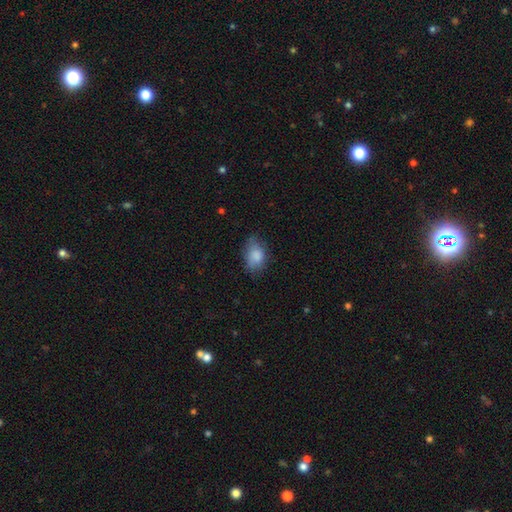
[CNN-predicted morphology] Smooth or featured? Predicted: smooth (p=0.83). How rounded? Predicted: in between (p=0.82). Merging? Predicted: none (p=0.61).